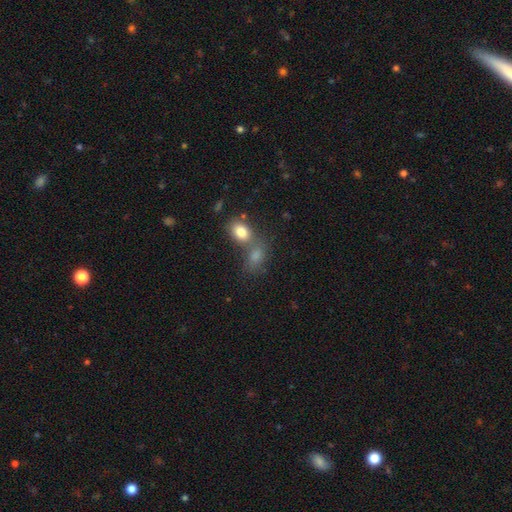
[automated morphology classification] type=smooth (75%); roundness=in between (72%); merging=merger (48%).